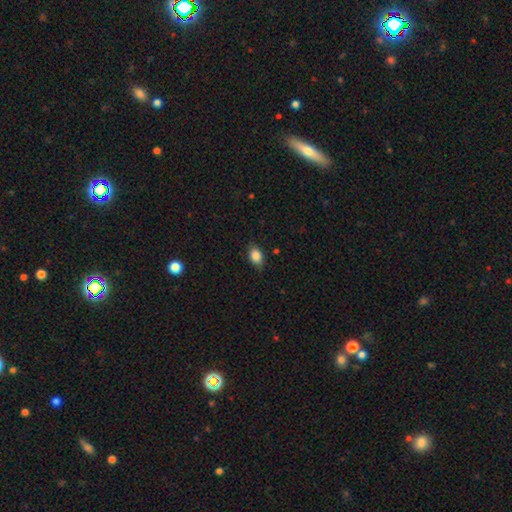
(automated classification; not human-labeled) Morphology: type=smooth (86%); roundness=in between (80%); merging=none (80%).